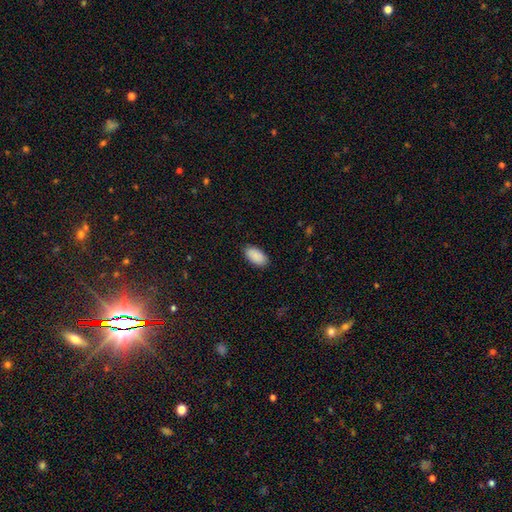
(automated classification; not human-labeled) smooth_or_featured: smooth (p=0.91) [alt: star or artifact p=0.06]
how_rounded: in between (p=0.95) [alt: round p=0.03]
merging: none (p=0.88) [alt: minor disturbance p=0.09]